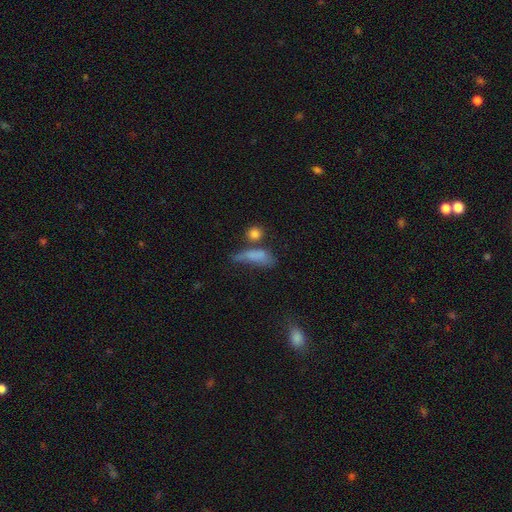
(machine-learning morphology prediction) Overall: smooth (71%). How rounded: in between (53%; cigar-shaped 38%). Merging: none (31%; major disturbance 24%).